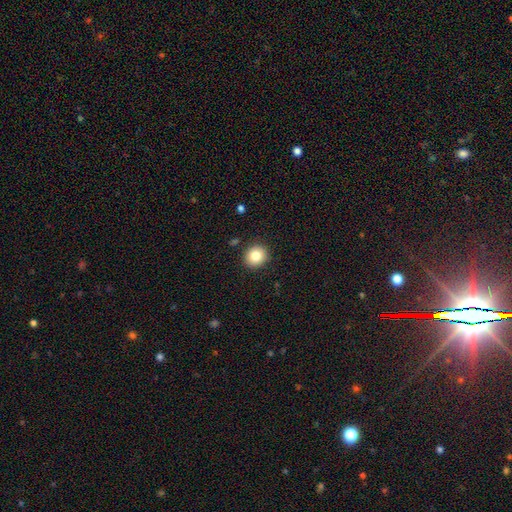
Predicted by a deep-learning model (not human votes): A smooth galaxy with no disk features (81%) that is round (86%). Merging: none (90%).